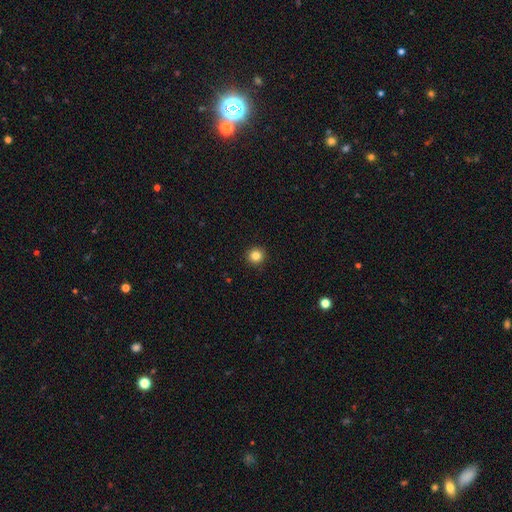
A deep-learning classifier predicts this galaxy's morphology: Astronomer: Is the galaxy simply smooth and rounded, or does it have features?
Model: smooth — 84%.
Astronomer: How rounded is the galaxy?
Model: round — 95%.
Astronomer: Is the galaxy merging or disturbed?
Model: none — 93%.